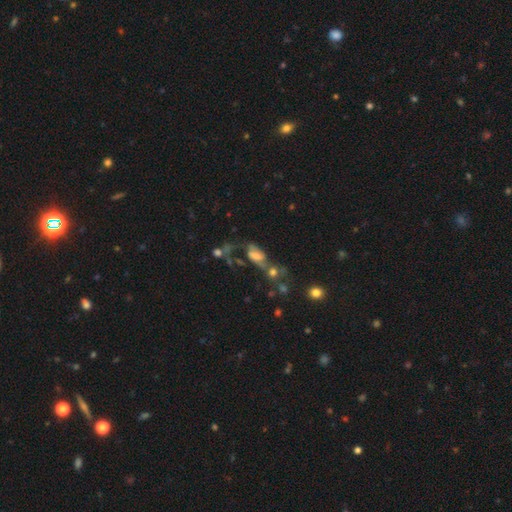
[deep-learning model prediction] Q: Smooth or featured?
A: smooth (42%); runner-up: featured or disk (36%)
Q: Merging?
A: merger (33%); runner-up: none (26%)